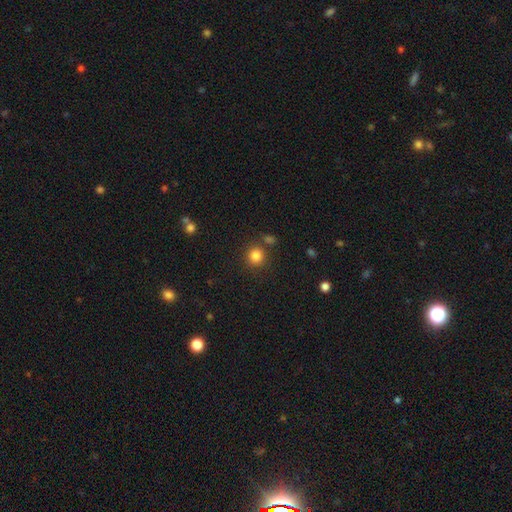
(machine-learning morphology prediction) Smooth or featured?
  - smooth: 84% *
  - star or artifact: 12%
  - featured or disk: 5%
How rounded?
  - round: 89% *
  - in between: 10%
  - cigar-shaped: 1%
Merging?
  - none: 80% *
  - minor disturbance: 8%
  - merger: 8%
  - major disturbance: 3%